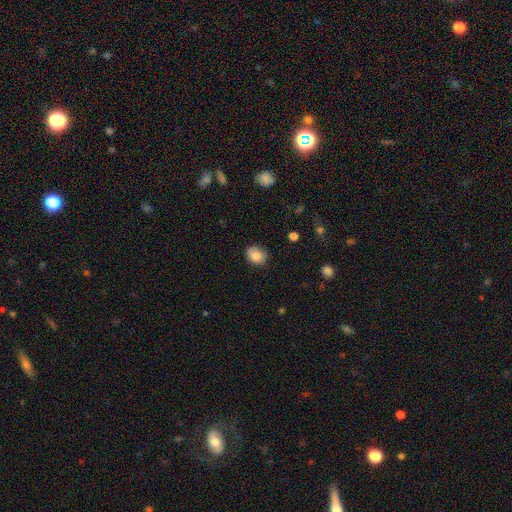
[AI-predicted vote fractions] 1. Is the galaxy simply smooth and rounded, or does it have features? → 85% smooth, 9% star or artifact, 7% featured or disk.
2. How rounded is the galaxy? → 54% in between, 45% round, 1% cigar-shaped.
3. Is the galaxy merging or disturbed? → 80% none, 16% minor disturbance, 3% major disturbance, 1% merger.